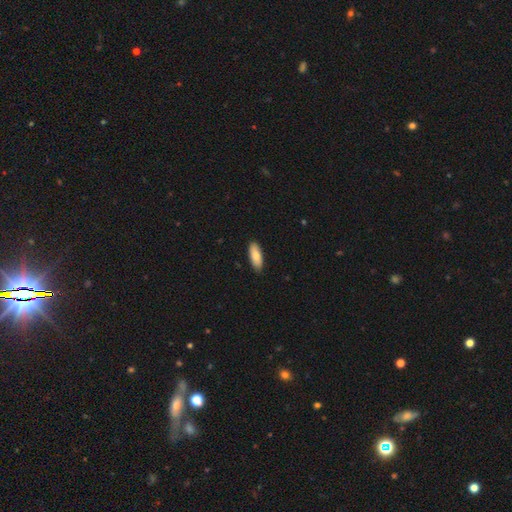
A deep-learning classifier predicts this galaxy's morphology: Q: Smooth or featured?
A: smooth (82%); runner-up: featured or disk (12%)
Q: How rounded?
A: in between (73%); runner-up: cigar-shaped (25%)
Q: Merging?
A: none (88%); runner-up: minor disturbance (10%)